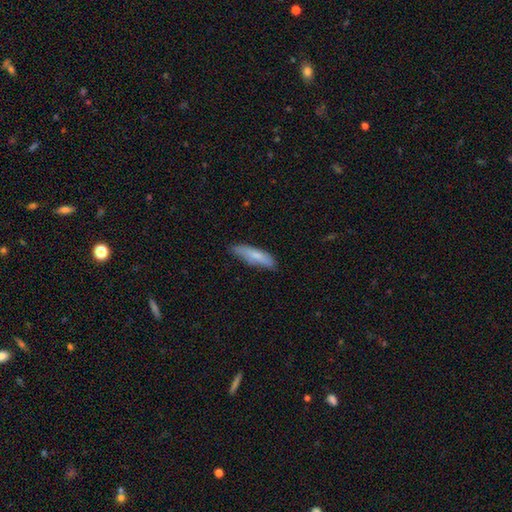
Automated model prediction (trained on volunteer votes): Smooth or featured? smooth (74%)
How rounded? cigar-shaped (72%)
Merging? none (76%)